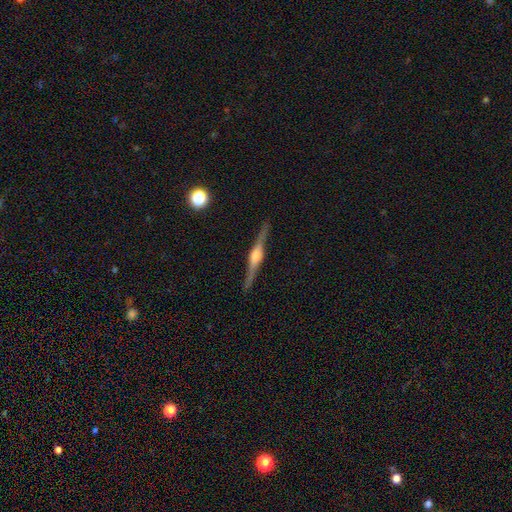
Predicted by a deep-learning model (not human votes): Smooth or featured? Predicted: featured or disk (p=0.84). Edge-on disk? Predicted: yes (p=0.98). Edge-on bulge? Predicted: rounded (p=0.76). Merging? Predicted: none (p=0.90).